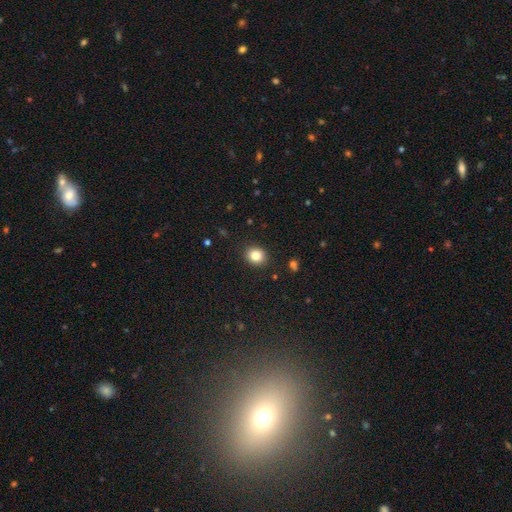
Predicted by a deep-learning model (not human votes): Smooth or featured? smooth (83%)
How rounded? round (68%)
Merging? none (90%)